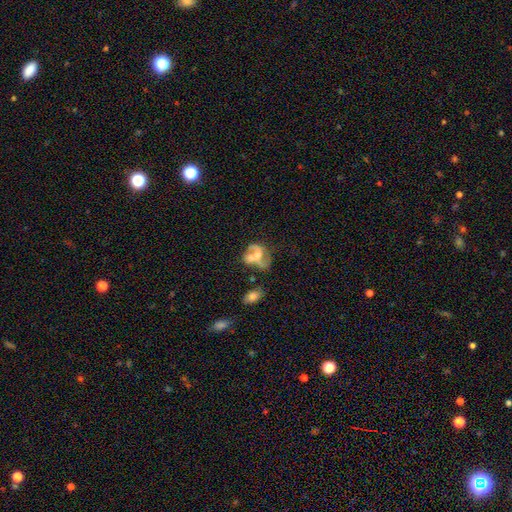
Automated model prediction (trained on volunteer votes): Q: Smooth or featured?
A: featured or disk (62%); runner-up: smooth (28%)
Q: Edge-on disk?
A: no (97%); runner-up: yes (3%)
Q: Bar?
A: no (61%); runner-up: weak (28%)
Q: Spiral arms?
A: yes (66%); runner-up: no (34%)
Q: Bulge size?
A: moderate (57%); runner-up: small (26%)
Q: Merging?
A: merger (44%); runner-up: none (27%)